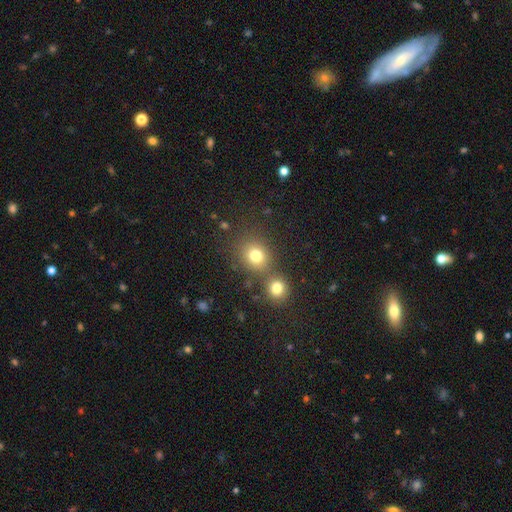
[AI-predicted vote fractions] The model was most divided on "merging": none: 61%, merger: 27%, minor disturbance: 8%, major disturbance: 4%. More confident: how rounded — round (78%); smooth or featured — smooth (77%).